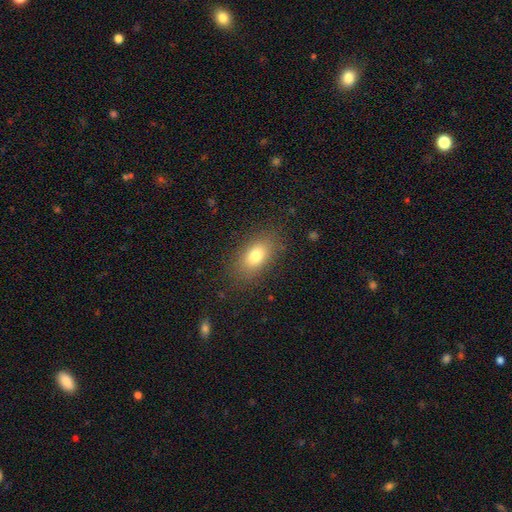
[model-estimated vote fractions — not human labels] Smooth or featured?
  - smooth: 78% *
  - featured or disk: 12%
  - star or artifact: 10%
How rounded?
  - in between: 86% *
  - round: 9%
  - cigar-shaped: 4%
Merging?
  - none: 85% *
  - minor disturbance: 10%
  - major disturbance: 4%
  - merger: 1%